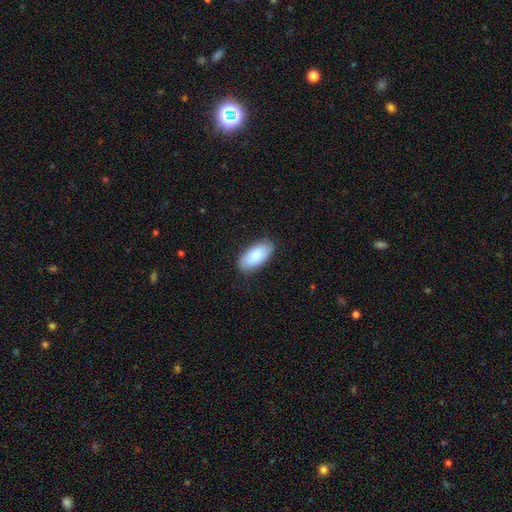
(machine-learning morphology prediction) Q: Smooth or featured?
A: smooth (83%); runner-up: featured or disk (11%)
Q: How rounded?
A: in between (92%); runner-up: cigar-shaped (6%)
Q: Merging?
A: none (85%); runner-up: minor disturbance (12%)